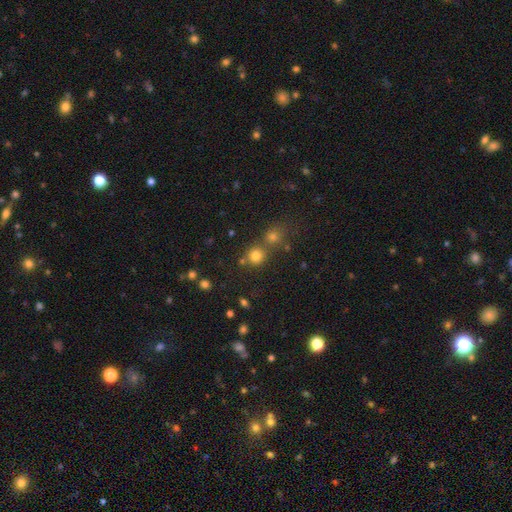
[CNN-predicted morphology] Smooth or featured? Predicted: smooth (p=0.78). How rounded? Predicted: round (p=0.91). Merging? Predicted: none (p=0.65).